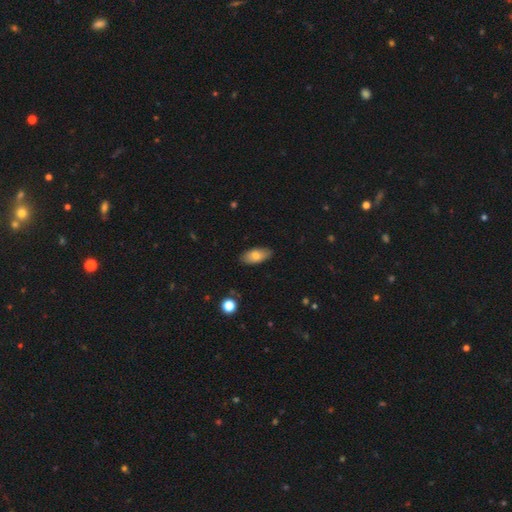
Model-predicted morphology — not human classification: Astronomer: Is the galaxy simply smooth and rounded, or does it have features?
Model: smooth — 77%.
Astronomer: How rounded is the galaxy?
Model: in between — 89%.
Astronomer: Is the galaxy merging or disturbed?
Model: none — 86%.